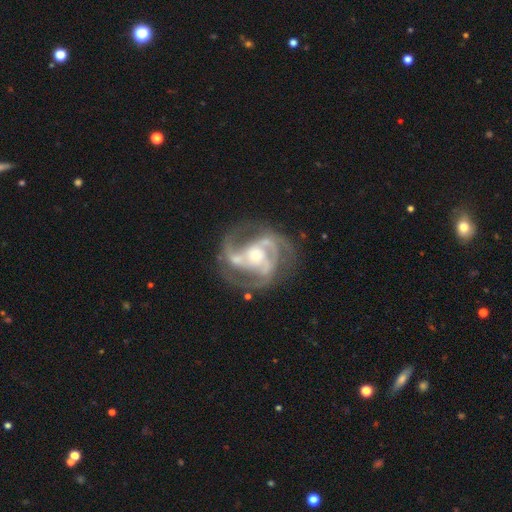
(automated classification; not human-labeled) Smooth or featured? featured or disk (90%)
Edge-on disk? no (98%)
Bar? no (54%)
Spiral arms? yes (97%)
Spiral winding? medium (51%)
Spiral arm count? 3 (48%)
Bulge size? moderate (43%)
Merging? none (62%)